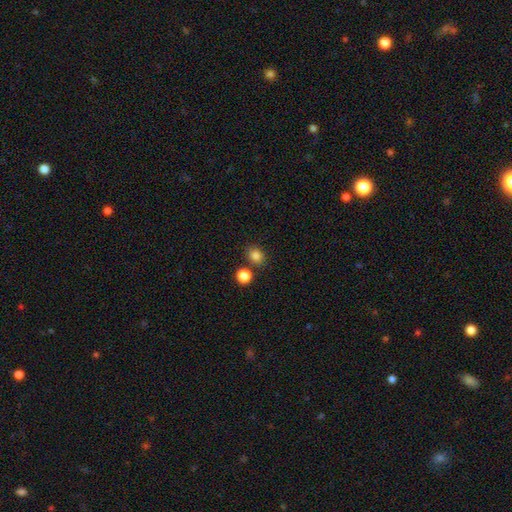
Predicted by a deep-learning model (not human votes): Q: Smooth or featured?
A: smooth (84%); runner-up: star or artifact (12%)
Q: How rounded?
A: round (63%); runner-up: in between (36%)
Q: Merging?
A: none (76%); runner-up: merger (12%)